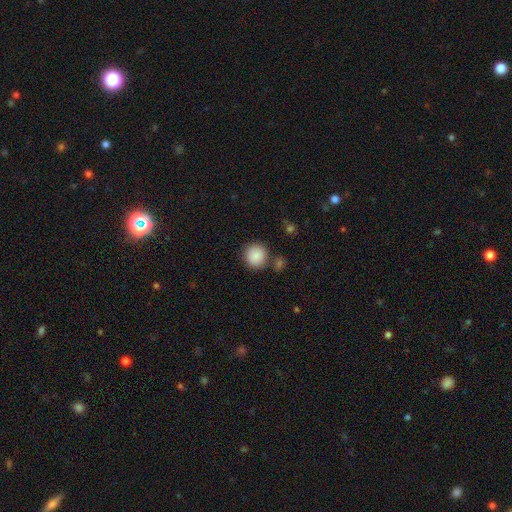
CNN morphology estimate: This is clearly a smooth galaxy (88%). How rounded: clearly round (91%). Merging: likely none (78%).